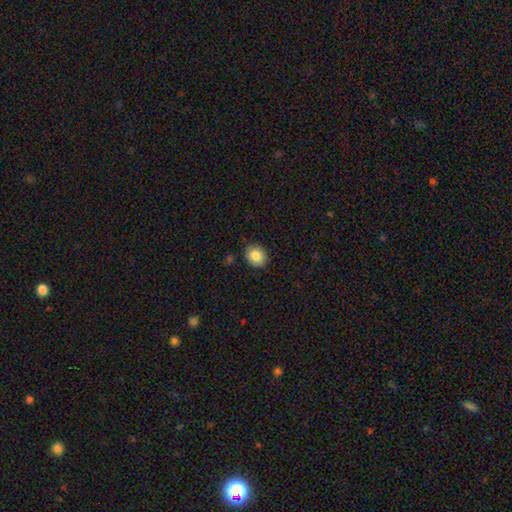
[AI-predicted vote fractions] Smooth or featured?
  - smooth: 85% *
  - star or artifact: 8%
  - featured or disk: 7%
How rounded?
  - round: 58% *
  - in between: 41%
  - cigar-shaped: 1%
Merging?
  - none: 87% *
  - minor disturbance: 9%
  - major disturbance: 2%
  - merger: 2%